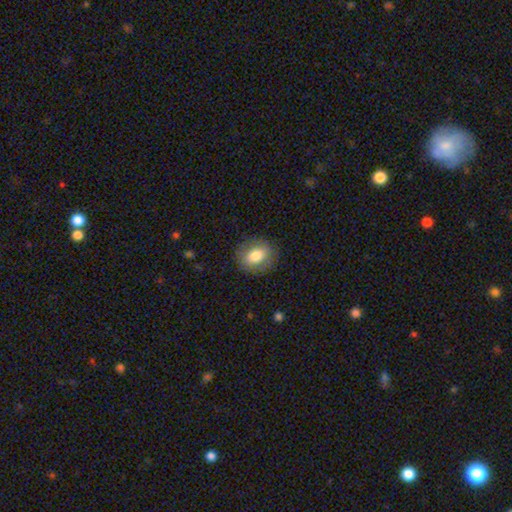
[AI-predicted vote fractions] Q: Smooth or featured?
A: smooth (79%); runner-up: featured or disk (13%)
Q: How rounded?
A: in between (53%); runner-up: round (45%)
Q: Merging?
A: none (85%); runner-up: minor disturbance (10%)